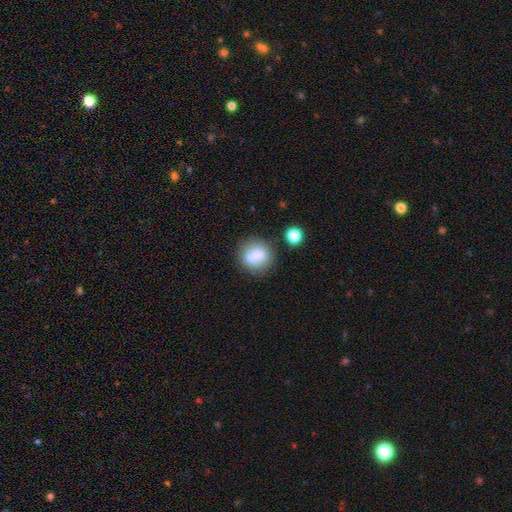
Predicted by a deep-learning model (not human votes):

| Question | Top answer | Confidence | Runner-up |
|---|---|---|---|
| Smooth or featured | smooth | 75% | featured or disk (16%) |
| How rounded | round | 80% | in between (18%) |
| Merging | none | 62% | minor disturbance (17%) |